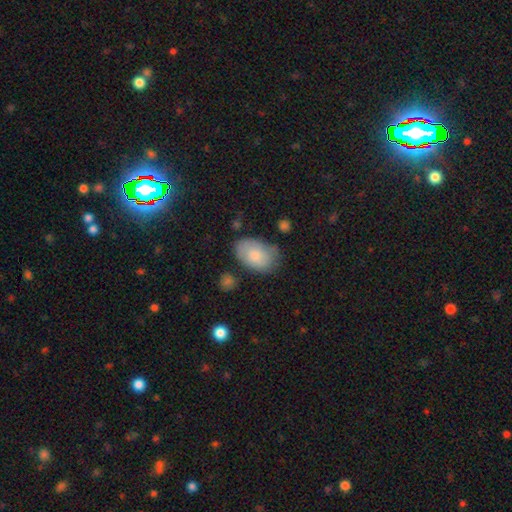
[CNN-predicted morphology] Smooth or featured? smooth (78%)
How rounded? in between (89%)
Merging? none (63%)